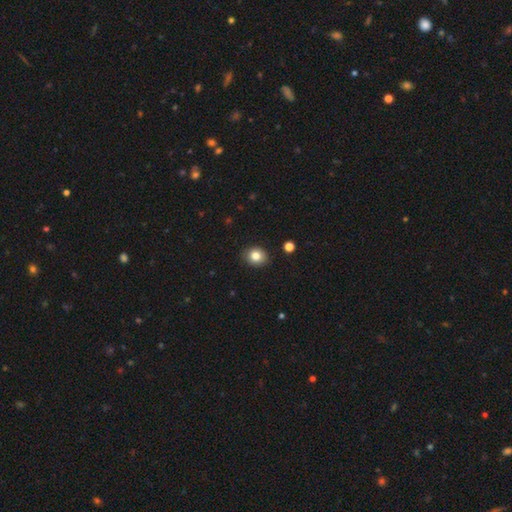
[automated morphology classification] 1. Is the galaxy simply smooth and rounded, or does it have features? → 82% smooth, 10% star or artifact, 8% featured or disk.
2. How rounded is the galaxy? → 70% round, 30% in between, 1% cigar-shaped.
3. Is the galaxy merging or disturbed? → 89% none, 8% minor disturbance, 2% major disturbance, 1% merger.